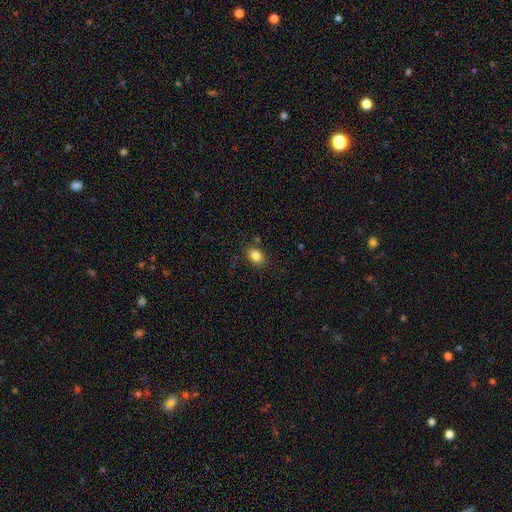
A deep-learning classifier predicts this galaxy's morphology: A smooth galaxy with no disk features (84%) that is in between round and cigar-shaped (75%). Merging: none (83%).